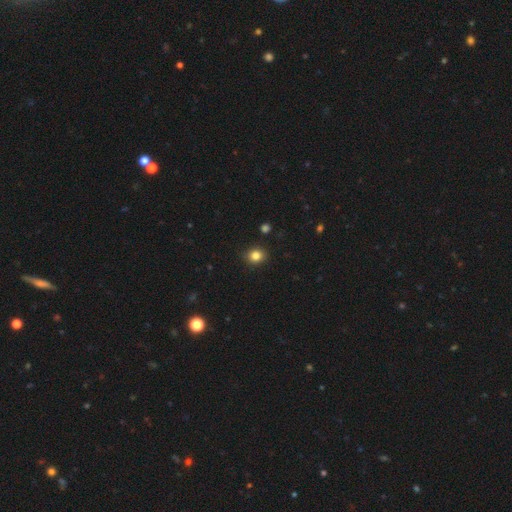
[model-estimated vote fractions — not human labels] A smooth galaxy with no disk features (83%) that is round (74%). Merging: none (89%).